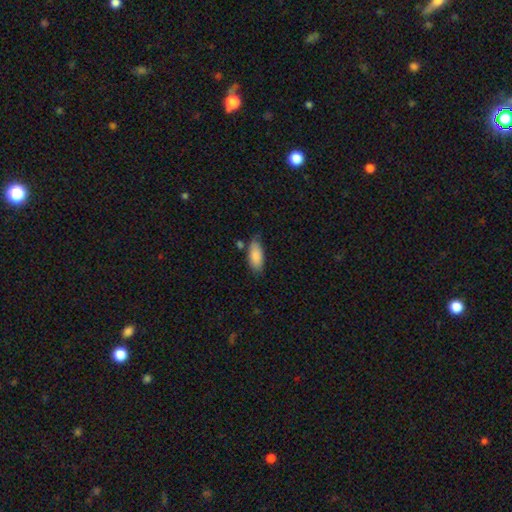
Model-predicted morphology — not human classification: Overall: smooth (86%). How rounded: in between (87%). Merging: none (63%; minor disturbance 26%).